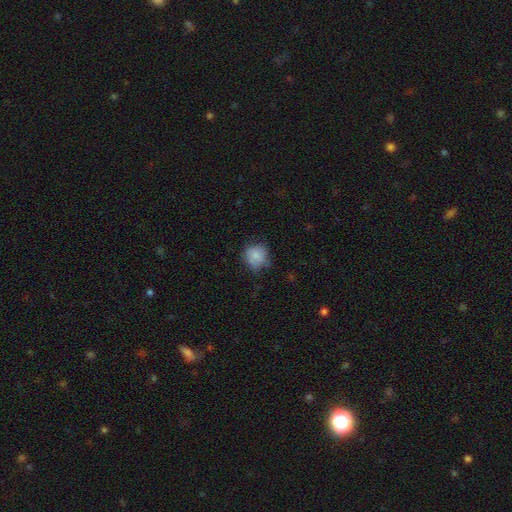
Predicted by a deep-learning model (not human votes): smooth 77%, featured or disk 13%, star or artifact 9%. Down the decision tree: how rounded — round (81%); merging — none (60%).